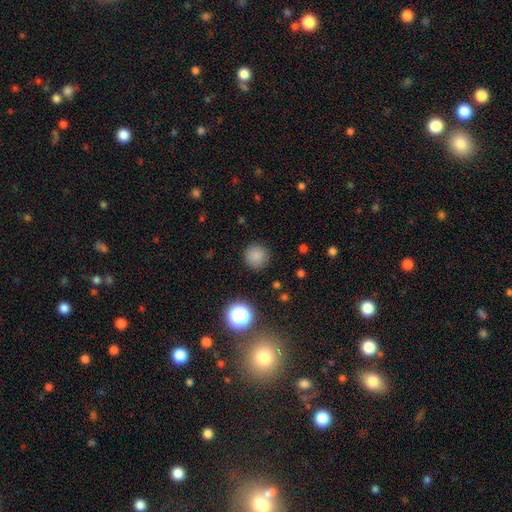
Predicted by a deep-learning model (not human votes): smooth 82%, star or artifact 13%, featured or disk 4%. Down the decision tree: how rounded — round (95%); merging — none (89%).